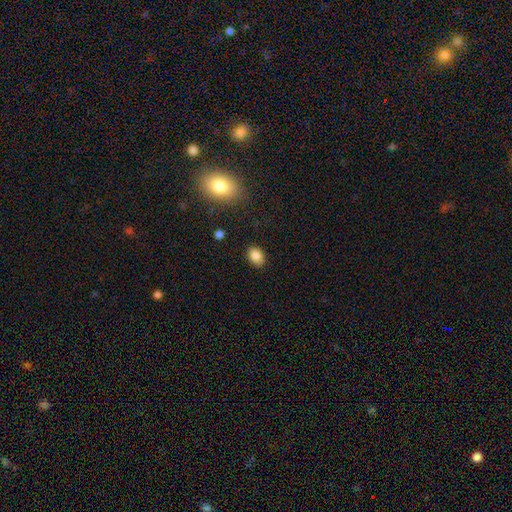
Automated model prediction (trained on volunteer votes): This is clearly a smooth galaxy (85%). How rounded: likely in between (74%). Merging: clearly none (87%).